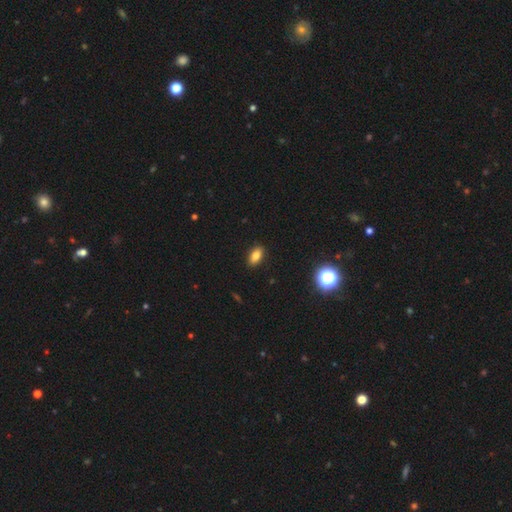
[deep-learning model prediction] Overall: smooth (81%). How rounded: in between (88%). Merging: none (89%).